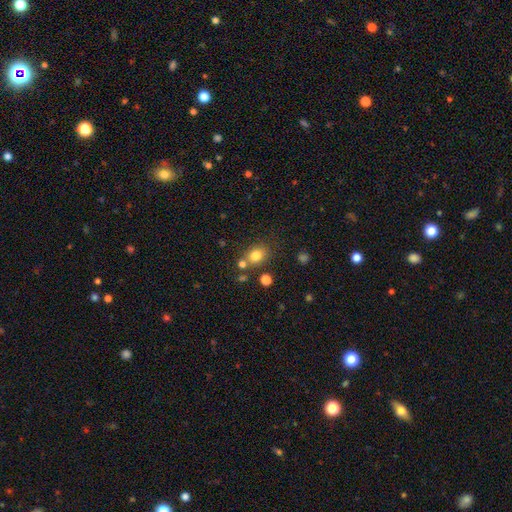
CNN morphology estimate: A smooth galaxy with no disk features (79%) that is round (50%). Merging: none (68%).